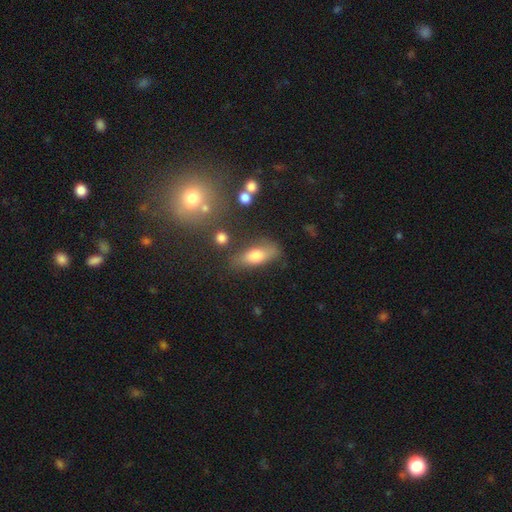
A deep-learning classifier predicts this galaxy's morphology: Smooth or featured: smooth — 71% (featured or disk — 21%)
How rounded: in between — 72% (cigar-shaped — 23%)
Merging: none — 67% (minor disturbance — 20%)